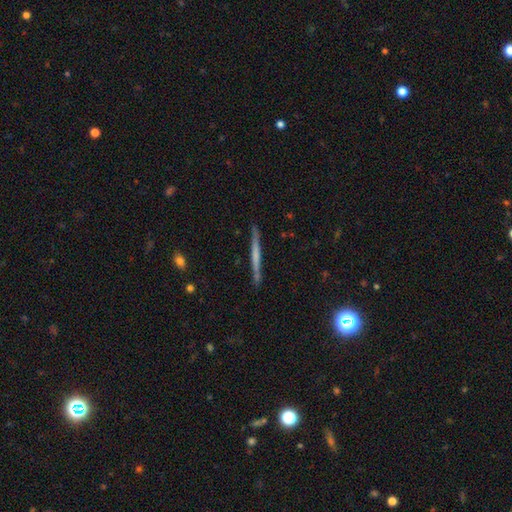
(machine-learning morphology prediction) This appears to be a featured or disk galaxy (55%) viewed edge-on (97%) with no central bulge (72%). Merging: none (88%).